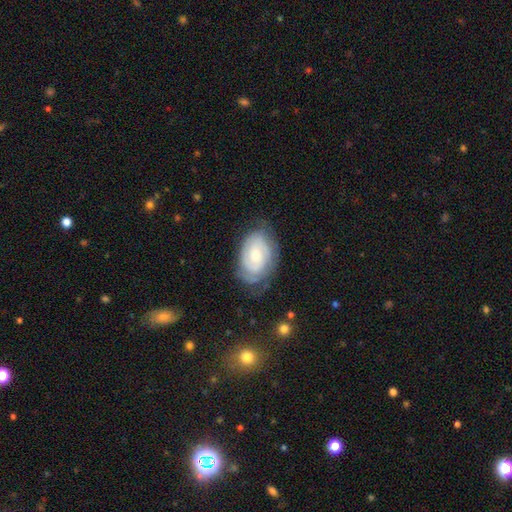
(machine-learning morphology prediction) A featured or disk galaxy (67%) with no bar (68%), tight (65%) spiral arms (89%) and a small central bulge (49%). Merging: none (67%).